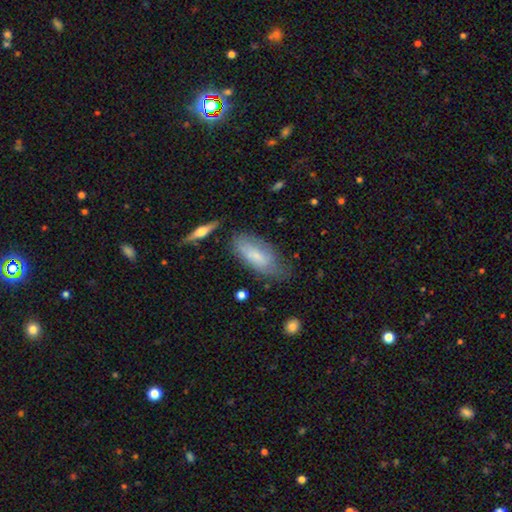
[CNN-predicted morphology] smooth-or-featured: smooth: 63% | featured or disk: 30% | star or artifact: 7%
  how-rounded: in between: 80% | cigar-shaped: 18% | round: 2%
  merging: none: 60% | minor disturbance: 28% | major disturbance: 9% | merger: 3%